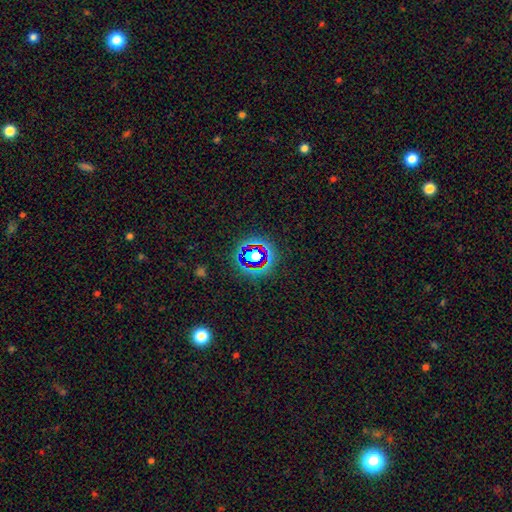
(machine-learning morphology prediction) Smooth or featured?
  - star or artifact: 62% *
  - smooth: 25%
  - featured or disk: 13%